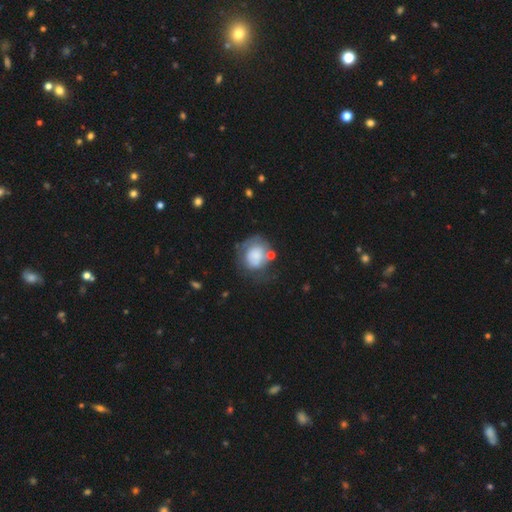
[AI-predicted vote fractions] Smooth or featured?
  - smooth: 64% *
  - featured or disk: 28%
  - star or artifact: 8%
How rounded?
  - round: 71% *
  - in between: 28%
  - cigar-shaped: 1%
Merging?
  - none: 44% *
  - minor disturbance: 26%
  - major disturbance: 22%
  - merger: 9%